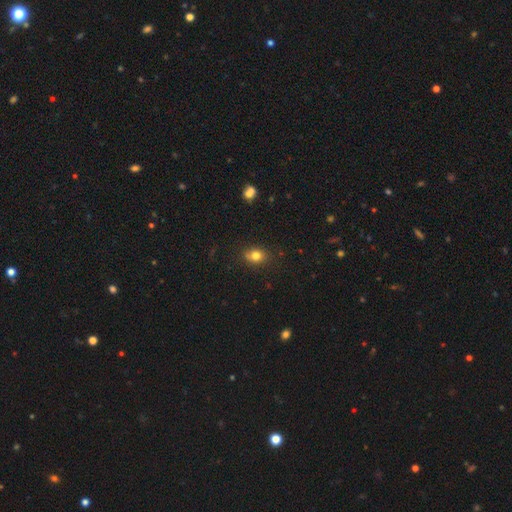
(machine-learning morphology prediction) smooth_or_featured: smooth (p=0.79) [alt: star or artifact p=0.12]
how_rounded: in between (p=0.49) [tied with: round p=0.49]
merging: none (p=0.79) [alt: minor disturbance p=0.15]